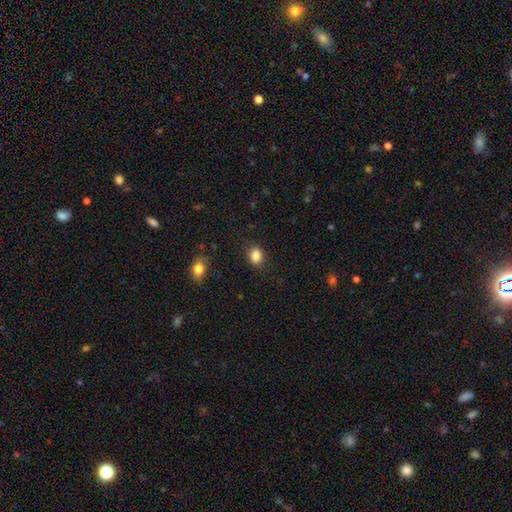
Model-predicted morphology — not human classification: Smooth or featured: smooth — 85% (star or artifact — 10%)
How rounded: in between — 64% (round — 35%)
Merging: none — 85% (minor disturbance — 10%)